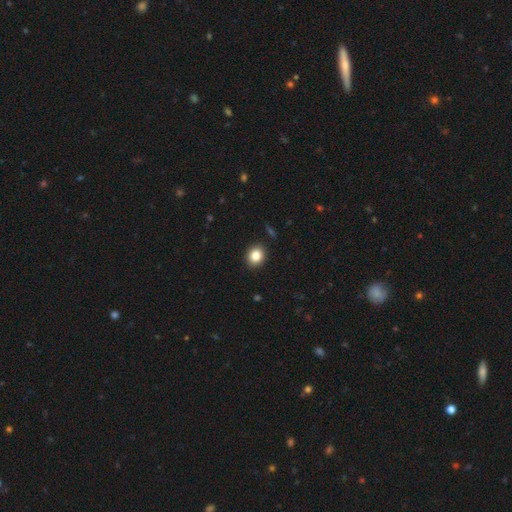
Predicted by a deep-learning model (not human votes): smooth_or_featured: smooth (p=0.85) [alt: star or artifact p=0.09]
how_rounded: round (p=0.68) [alt: in between p=0.31]
merging: none (p=0.91) [alt: minor disturbance p=0.06]